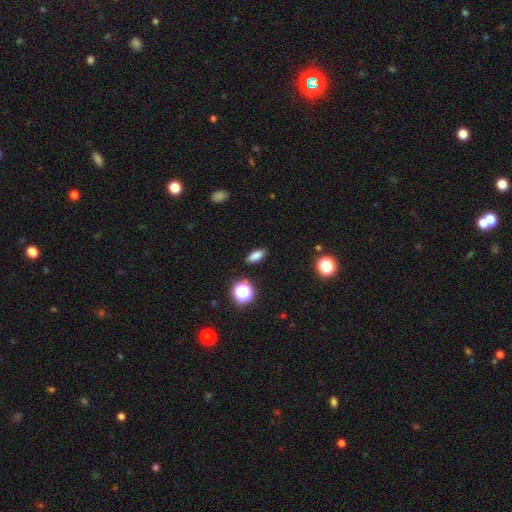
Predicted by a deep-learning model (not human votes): smooth_or_featured: smooth (p=0.80) [alt: star or artifact p=0.13]
how_rounded: in between (p=0.77) [alt: cigar-shaped p=0.15]
merging: none (p=0.88) [alt: minor disturbance p=0.08]